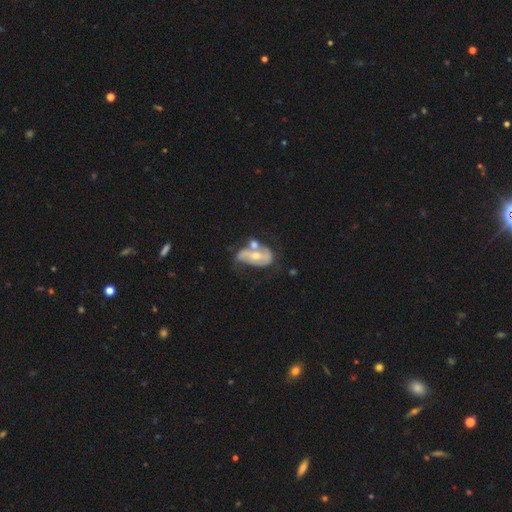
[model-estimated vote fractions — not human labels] A featured or disk galaxy (68%) with no bar (40%), spiral arms (62%) and a moderate central bulge (58%).

Vote fractions:
- Smooth or featured? featured or disk: 68% / smooth: 26% / star or artifact: 7%
- Edge-on disk? no: 94% / yes: 6%
- Bar? no: 40% / weak: 30% / strong: 29%
- Spiral arms? yes: 62% / no: 38%
- Bulge size? moderate: 58% / small: 37% / large: 2% / none: 2% / dominant: 1%
- Merging? merger: 35% / none: 26% / minor disturbance: 21% / major disturbance: 17%